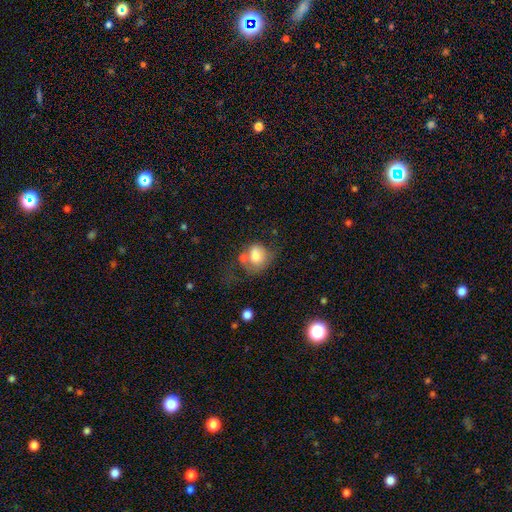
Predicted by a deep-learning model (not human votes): smooth-or-featured: smooth: 71% | featured or disk: 20% | star or artifact: 9%
  how-rounded: round: 62% | in between: 37% | cigar-shaped: 1%
  merging: none: 29% | merger: 25% | major disturbance: 24% | minor disturbance: 22%